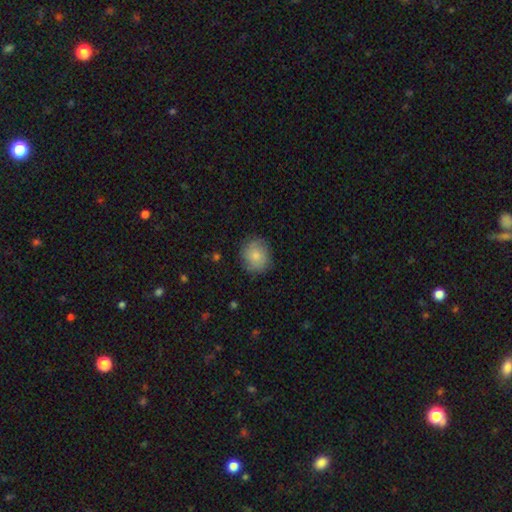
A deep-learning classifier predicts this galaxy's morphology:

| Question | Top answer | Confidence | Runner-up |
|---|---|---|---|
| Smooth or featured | smooth | 81% | featured or disk (12%) |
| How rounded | round | 78% | in between (21%) |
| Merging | none | 81% | minor disturbance (14%) |